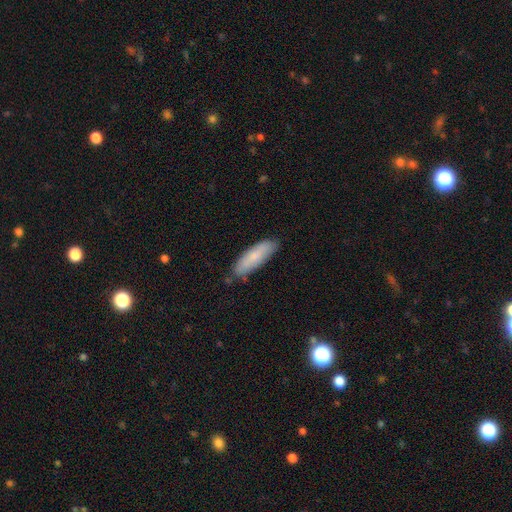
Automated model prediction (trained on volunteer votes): smooth-or-featured: smooth: 79% | featured or disk: 15% | star or artifact: 6%
  how-rounded: cigar-shaped: 52% | in between: 46% | round: 2%
  merging: none: 78% | minor disturbance: 17% | major disturbance: 3% | merger: 2%